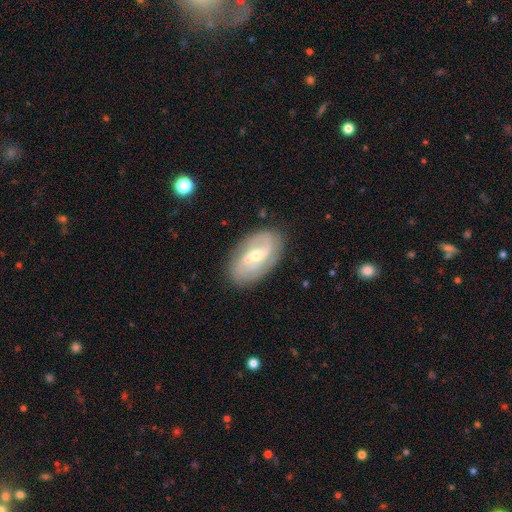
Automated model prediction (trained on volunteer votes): Smooth or featured? Predicted: featured or disk (p=0.79). Edge-on disk? Predicted: no (p=0.95). Bar? Predicted: weak (p=0.48). Spiral arms? Predicted: yes (p=0.89). Spiral winding? Predicted: medium (p=0.42). Spiral arm count? Predicted: 2 (p=0.68). Bulge size? Predicted: small (p=0.48, tied with moderate). Merging? Predicted: none (p=0.81).